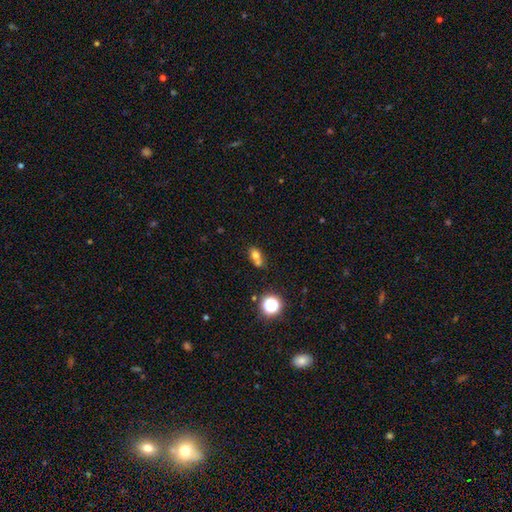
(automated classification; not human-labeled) Morphology: type=smooth (70%); roundness=in between (52%); merging=merger (51%).